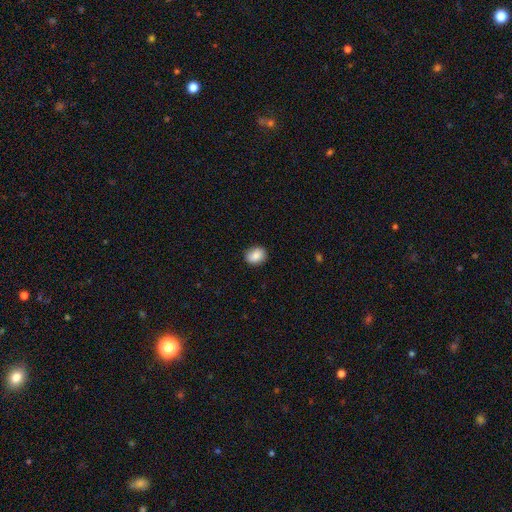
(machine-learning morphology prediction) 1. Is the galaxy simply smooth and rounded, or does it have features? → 86% smooth, 8% star or artifact, 6% featured or disk.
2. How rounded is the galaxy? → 52% round, 47% in between, 1% cigar-shaped.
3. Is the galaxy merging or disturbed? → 88% none, 9% minor disturbance, 2% major disturbance, 1% merger.